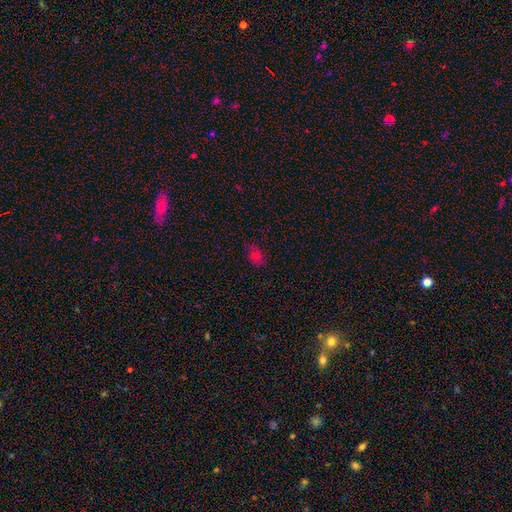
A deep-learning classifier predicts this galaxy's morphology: The model was most divided on "smooth or featured": smooth: 64%, star or artifact: 22%, featured or disk: 15%. More confident: how rounded — in between (76%); merging — none (73%).